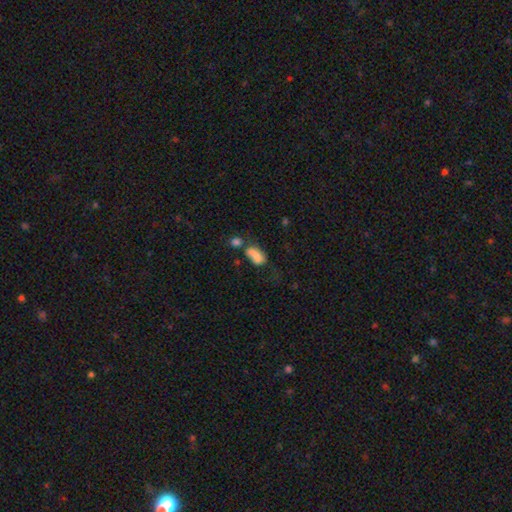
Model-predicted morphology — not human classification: smooth-or-featured: smooth: 72% | featured or disk: 16% | star or artifact: 12%
  how-rounded: in between: 85% | round: 11% | cigar-shaped: 4%
  merging: merger: 38% | none: 25% | minor disturbance: 18% | major disturbance: 18%